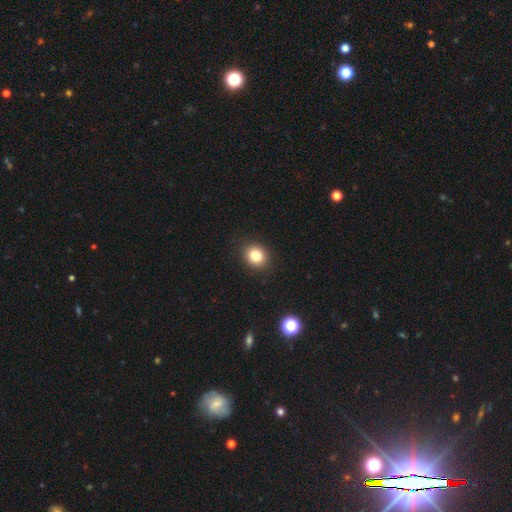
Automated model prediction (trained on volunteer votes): Smooth or featured? smooth (82%)
How rounded? round (71%)
Merging? none (90%)